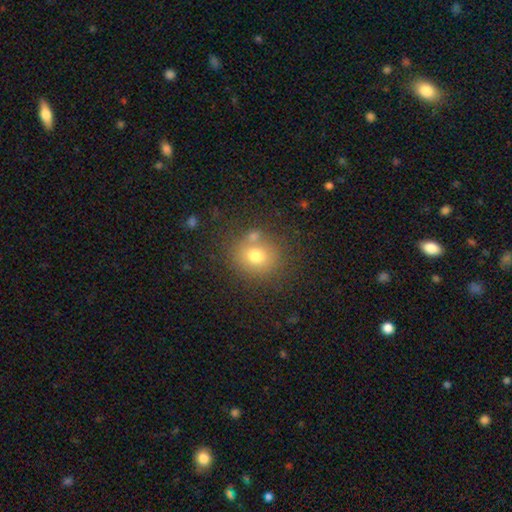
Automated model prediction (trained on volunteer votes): Smooth or featured: smooth — 73% (star or artifact — 14%)
How rounded: round — 80% (in between — 20%)
Merging: none — 68% (merger — 16%)